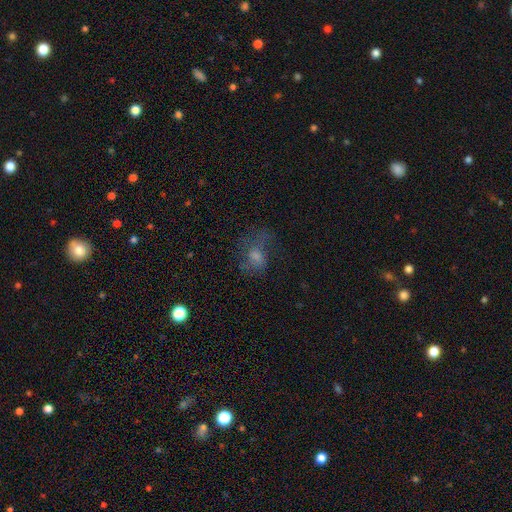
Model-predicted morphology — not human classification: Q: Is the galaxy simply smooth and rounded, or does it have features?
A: smooth — 42%.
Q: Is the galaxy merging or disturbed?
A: none — 46%.